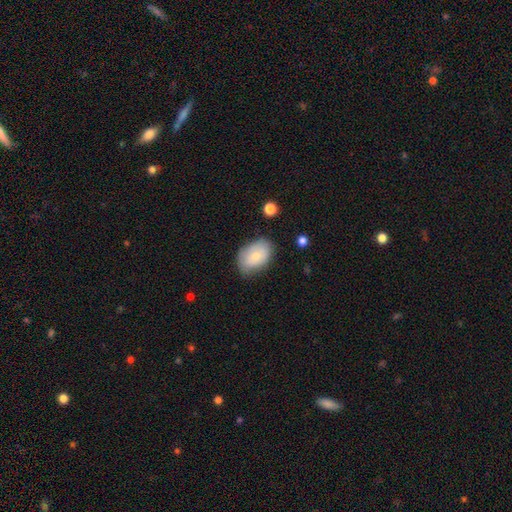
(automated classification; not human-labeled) Smooth or featured? smooth (74%)
How rounded? in between (85%)
Merging? none (67%)